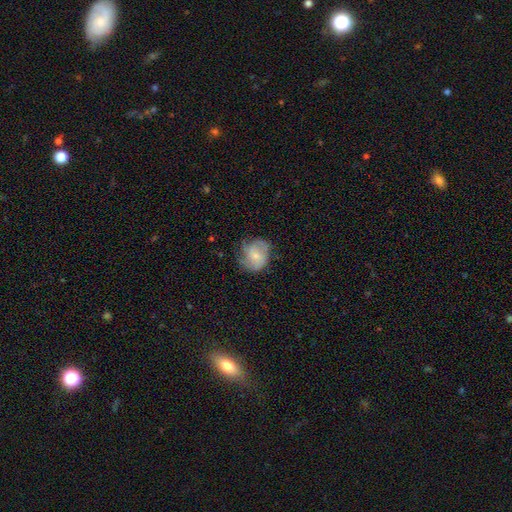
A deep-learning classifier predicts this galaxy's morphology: smooth-or-featured: smooth: 48% | featured or disk: 44% | star or artifact: 8%
  merging: none: 58% | minor disturbance: 28% | major disturbance: 13% | merger: 1%